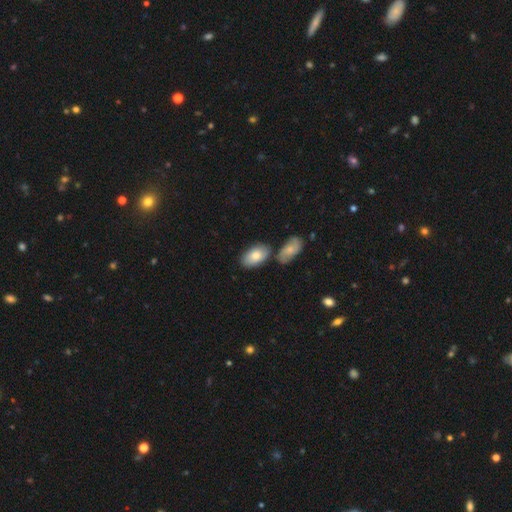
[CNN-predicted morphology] Q: Smooth or featured?
A: smooth (77%); runner-up: featured or disk (17%)
Q: How rounded?
A: in between (93%); runner-up: round (5%)
Q: Merging?
A: none (63%); runner-up: merger (19%)